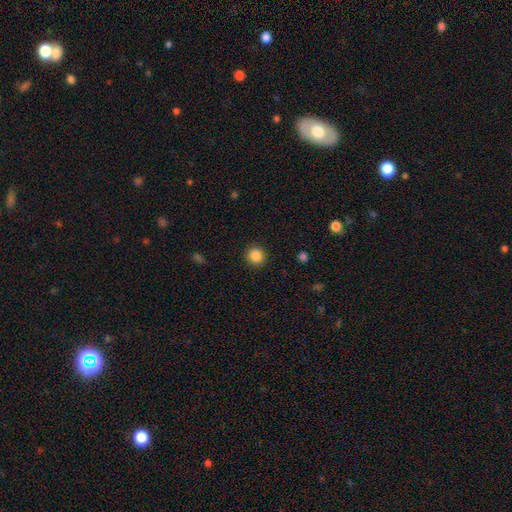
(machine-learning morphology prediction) smooth-or-featured: smooth: 87% | star or artifact: 10% | featured or disk: 3%
  how-rounded: round: 91% | in between: 8% | cigar-shaped: 1%
  merging: none: 91% | minor disturbance: 6% | major disturbance: 2% | merger: 1%